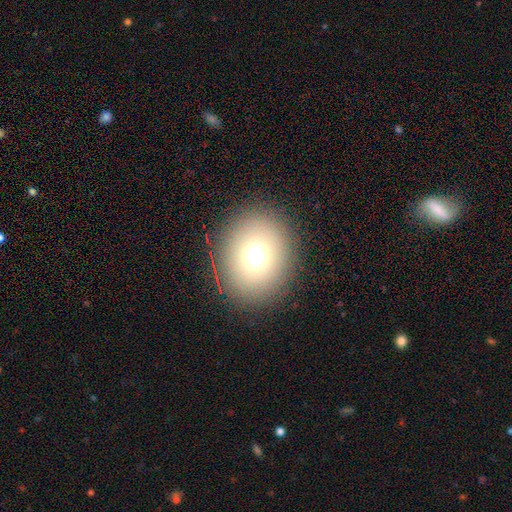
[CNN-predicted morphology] A smooth galaxy with no disk features (69%) that is round (71%).

Vote fractions:
- Smooth or featured? smooth: 69% / star or artifact: 17% / featured or disk: 15%
- How rounded? round: 71% / in between: 28% / cigar-shaped: 1%
- Merging? none: 88% / minor disturbance: 7% / major disturbance: 3% / merger: 2%